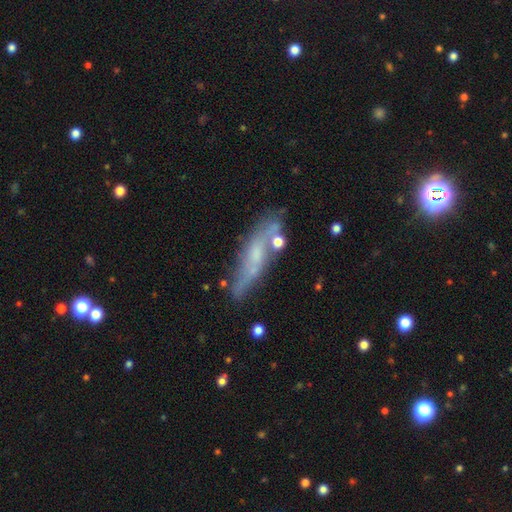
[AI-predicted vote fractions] This appears to be a featured or disk galaxy (56%). Merging: none (59%).